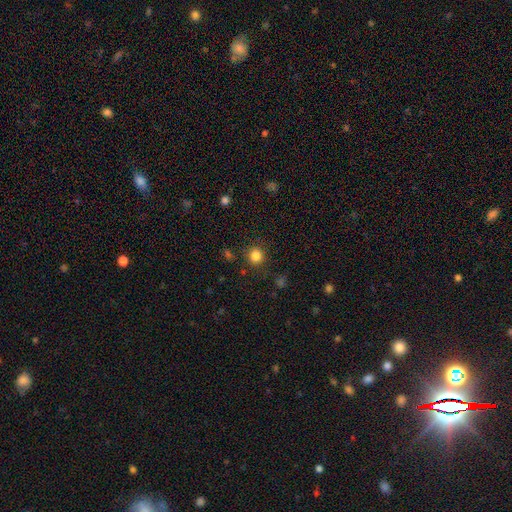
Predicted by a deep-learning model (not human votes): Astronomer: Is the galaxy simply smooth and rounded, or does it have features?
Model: smooth — 83%.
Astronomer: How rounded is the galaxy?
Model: round — 91%.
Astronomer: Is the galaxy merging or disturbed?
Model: none — 88%.